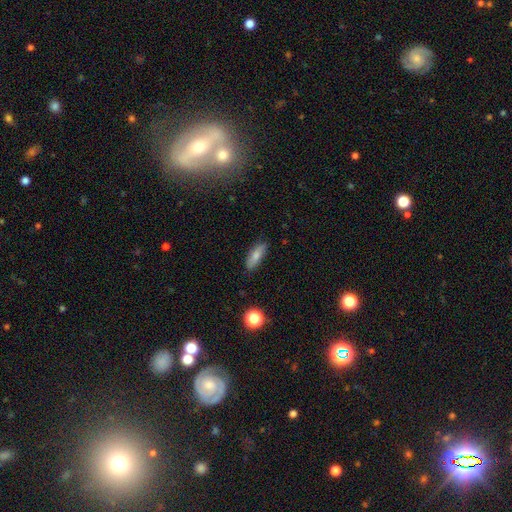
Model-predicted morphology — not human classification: A smooth galaxy with no disk features (76%) that is in between round and cigar-shaped (59%).

Vote fractions:
- Smooth or featured? smooth: 76% / featured or disk: 16% / star or artifact: 8%
- How rounded? in between: 59% / cigar-shaped: 38% / round: 3%
- Merging? none: 84% / minor disturbance: 12% / major disturbance: 2% / merger: 1%